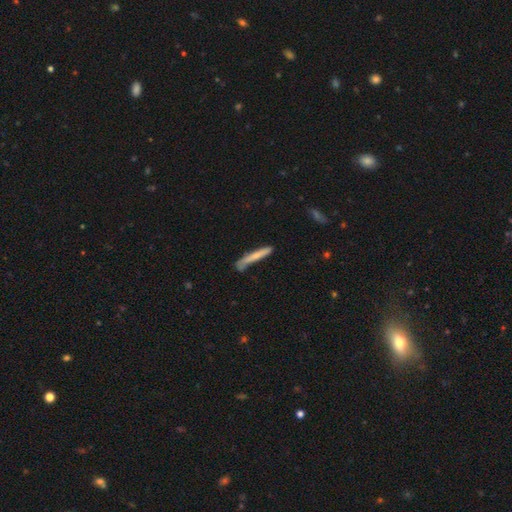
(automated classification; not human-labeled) This appears to be a smooth galaxy with no disk features (68%) that is cigar-shaped (96%). Merging: none (66%).